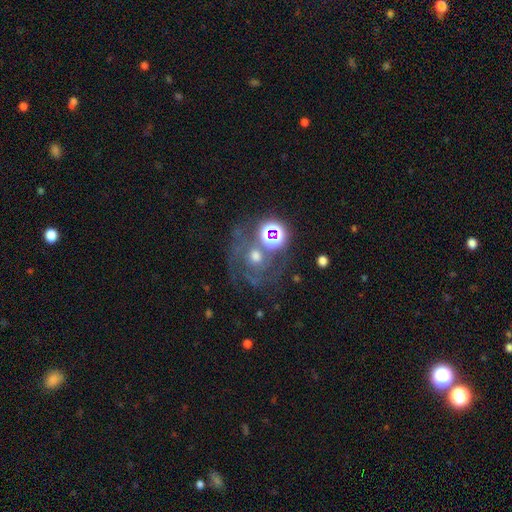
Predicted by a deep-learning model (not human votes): smooth_or_featured: smooth (p=0.37) [alt: featured or disk p=0.34]
merging: none (p=0.49) [alt: major disturbance p=0.18]